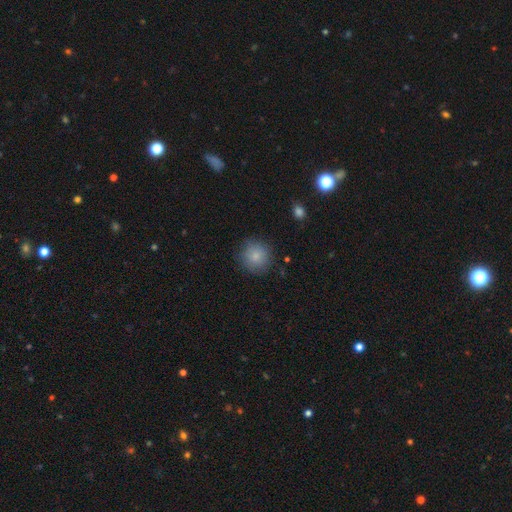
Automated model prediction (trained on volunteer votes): smooth 84%, star or artifact 9%, featured or disk 7%. Down the decision tree: how rounded — round (92%); merging — none (85%).